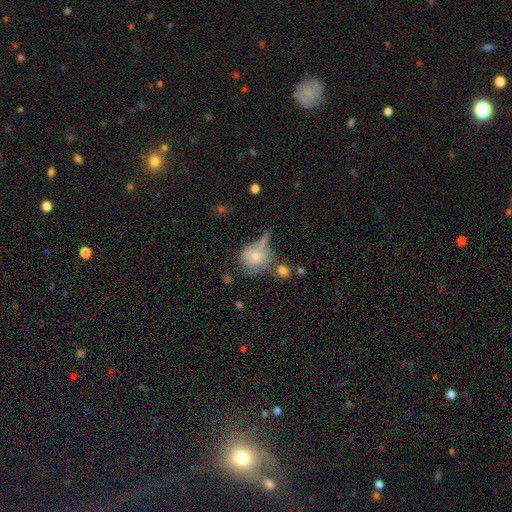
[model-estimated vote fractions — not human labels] smooth_or_featured: smooth (p=0.67) [alt: featured or disk p=0.24]
how_rounded: round (p=0.76) [alt: in between p=0.22]
merging: none (p=0.38) [alt: merger p=0.24]